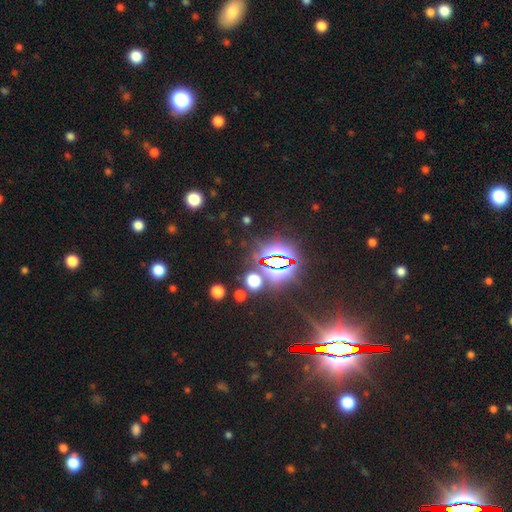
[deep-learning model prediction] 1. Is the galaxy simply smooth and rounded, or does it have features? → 81% star or artifact, 10% smooth, 8% featured or disk.